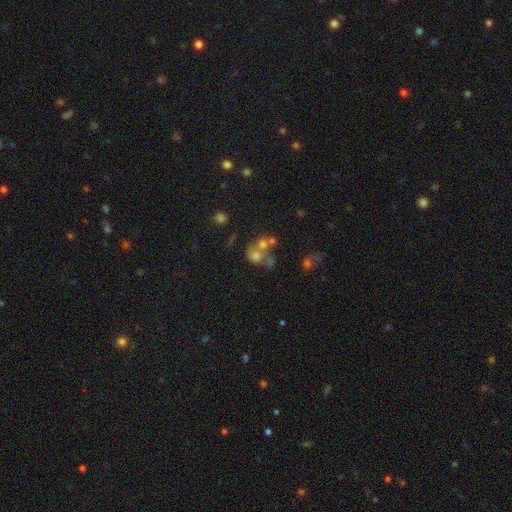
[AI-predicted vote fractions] This appears to be a smooth galaxy with no disk features (56%) that is round (70%). Merging: merger (52%).